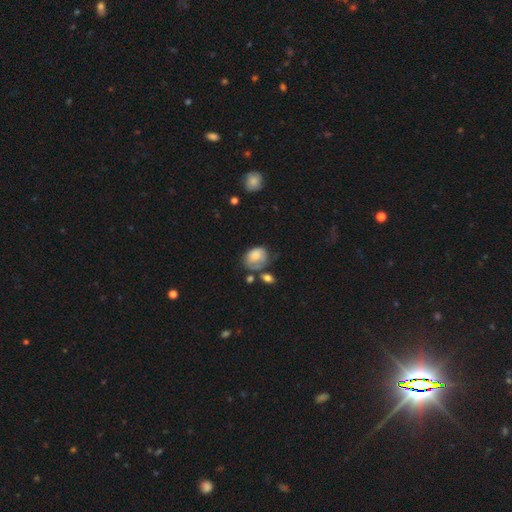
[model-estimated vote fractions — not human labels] The model was most divided on "merging": none: 37%, minor disturbance: 32%, major disturbance: 19%, merger: 12%. More confident: smooth or featured — smooth (72%); how rounded — in between (66%).